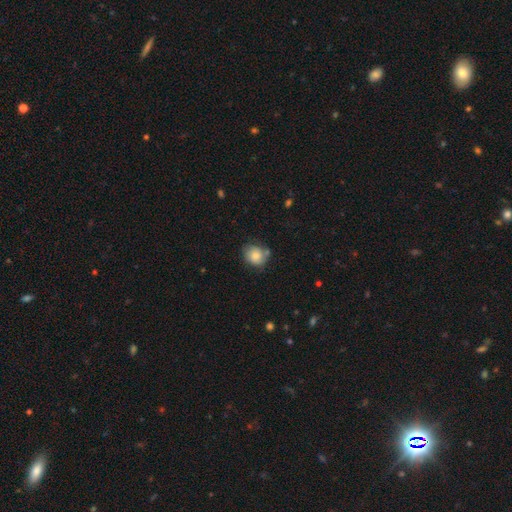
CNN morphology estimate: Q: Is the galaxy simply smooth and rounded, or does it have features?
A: smooth — 75%.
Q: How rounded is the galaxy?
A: round — 74%.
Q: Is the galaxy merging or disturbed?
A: none — 60%.